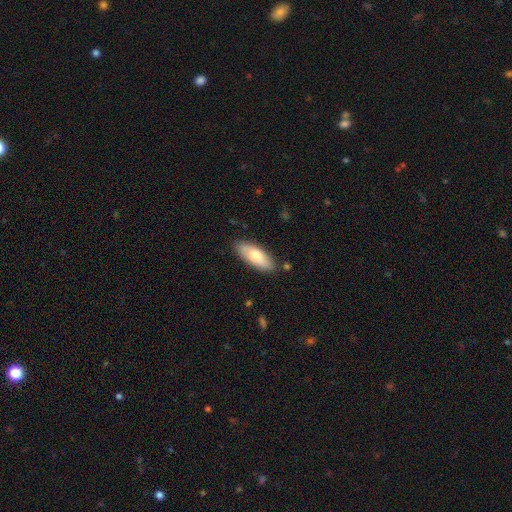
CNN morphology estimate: type=smooth (72%); roundness=in between (76%); merging=none (85%).